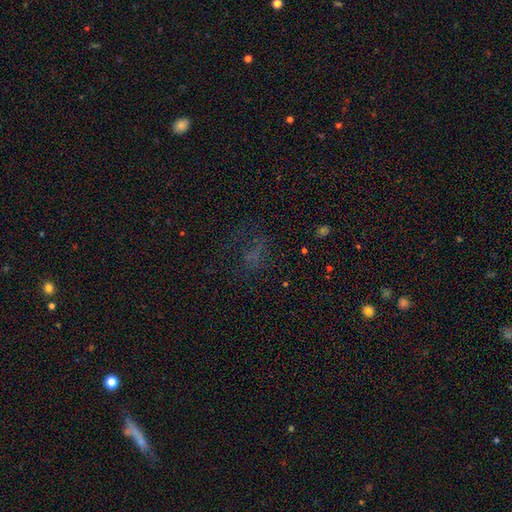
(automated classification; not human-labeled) Q: Smooth or featured?
A: star or artifact (43%); runner-up: smooth (37%)